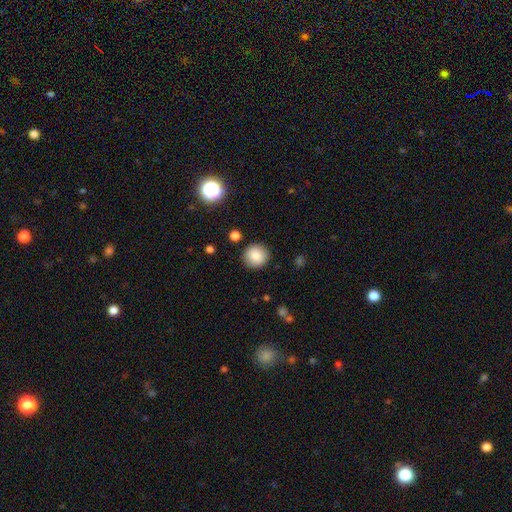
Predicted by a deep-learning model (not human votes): Morphology: type=smooth (85%); roundness=round (92%); merging=none (90%).